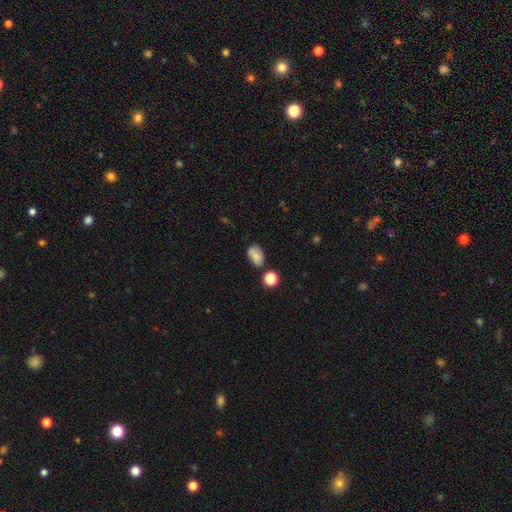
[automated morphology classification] A smooth galaxy with no disk features (75%) that is in between round and cigar-shaped (84%).

Vote fractions:
- Smooth or featured? smooth: 75% / featured or disk: 15% / star or artifact: 10%
- How rounded? in between: 84% / round: 15% / cigar-shaped: 2%
- Merging? none: 61% / minor disturbance: 23% / merger: 10% / major disturbance: 6%